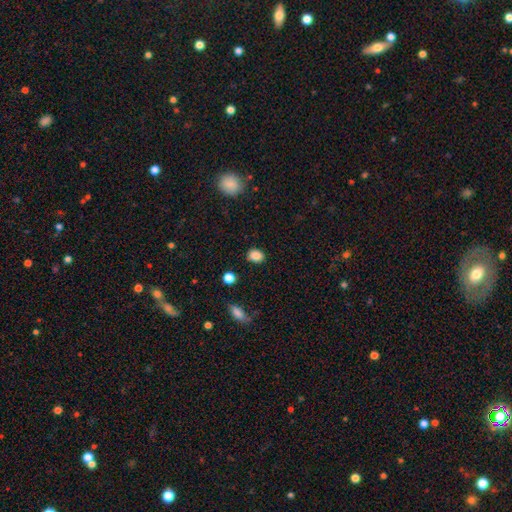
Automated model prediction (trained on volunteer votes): Smooth or featured?
  - smooth: 86% *
  - star or artifact: 10%
  - featured or disk: 4%
How rounded?
  - in between: 52% *
  - round: 47%
  - cigar-shaped: 1%
Merging?
  - none: 85% *
  - minor disturbance: 10%
  - major disturbance: 3%
  - merger: 2%